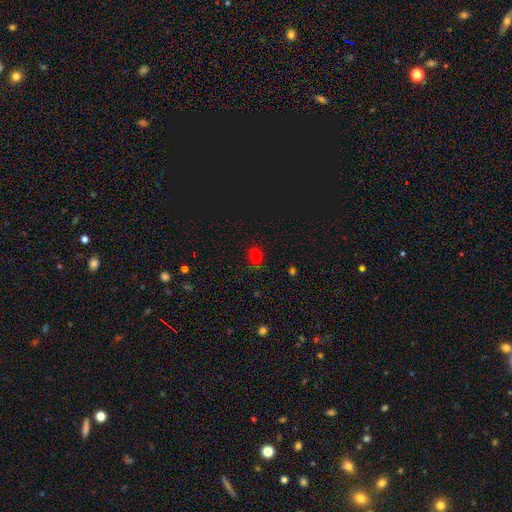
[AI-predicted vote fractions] Smooth or featured? Predicted: smooth (p=0.72). How rounded? Predicted: in between (p=0.72). Merging? Predicted: none (p=0.79).